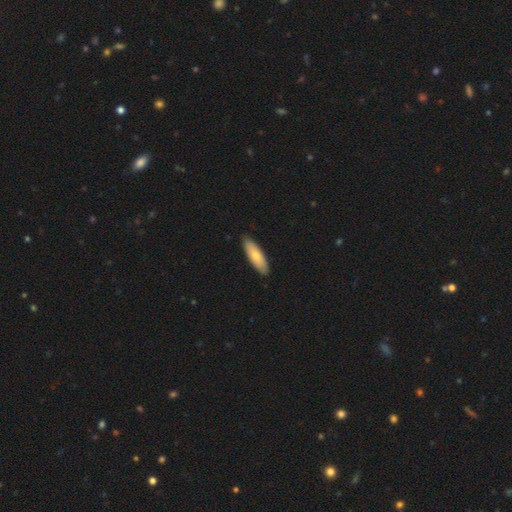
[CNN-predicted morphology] smooth_or_featured: smooth (p=0.73) [alt: featured or disk p=0.22]
how_rounded: in between (p=0.54) [alt: cigar-shaped p=0.44]
merging: none (p=0.89) [alt: minor disturbance p=0.09]